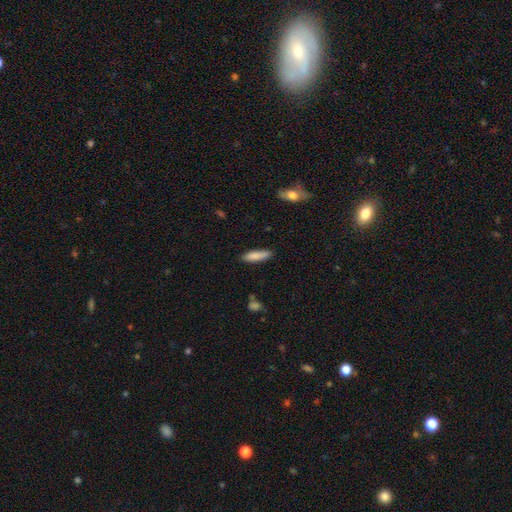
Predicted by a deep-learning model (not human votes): A smooth galaxy with no disk features (85%) that is cigar-shaped (61%).

Vote fractions:
- Smooth or featured? smooth: 85% / featured or disk: 9% / star or artifact: 6%
- How rounded? cigar-shaped: 61% / in between: 37% / round: 2%
- Merging? none: 83% / minor disturbance: 13% / major disturbance: 2% / merger: 2%